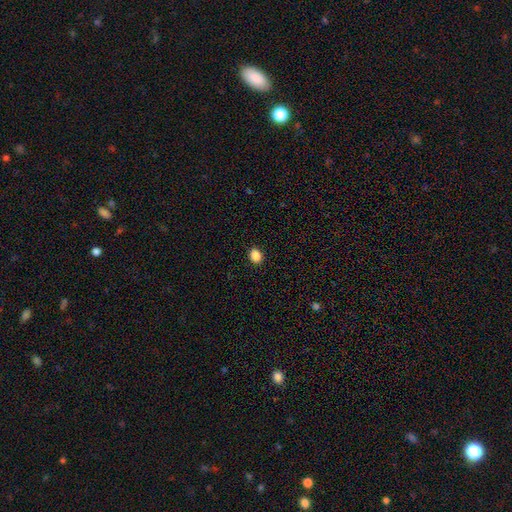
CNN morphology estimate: Smooth or featured? Predicted: smooth (p=0.88). How rounded? Predicted: in between (p=0.58). Merging? Predicted: none (p=0.91).